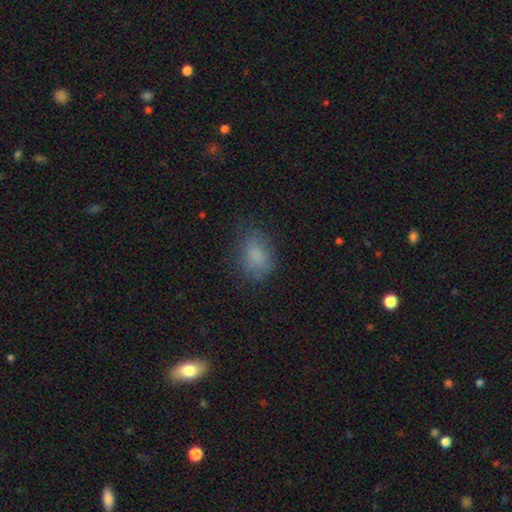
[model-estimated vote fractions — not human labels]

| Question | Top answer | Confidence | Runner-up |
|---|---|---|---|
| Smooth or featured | smooth | 82% | star or artifact (11%) |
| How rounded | in between | 76% | round (22%) |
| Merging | none | 71% | minor disturbance (20%) |